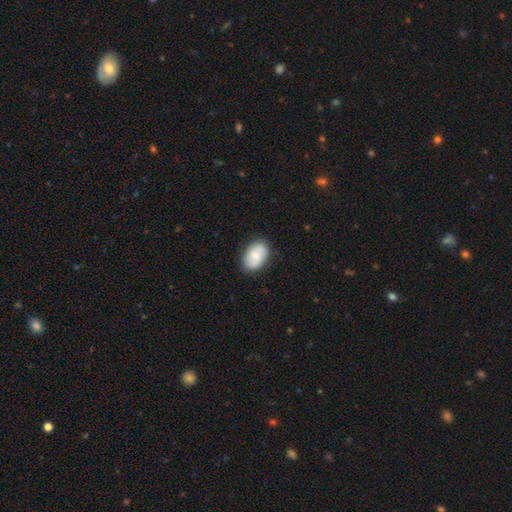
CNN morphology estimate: This appears to be a smooth galaxy with no disk features (67%) that is in between round and cigar-shaped (87%). Merging: none (83%).